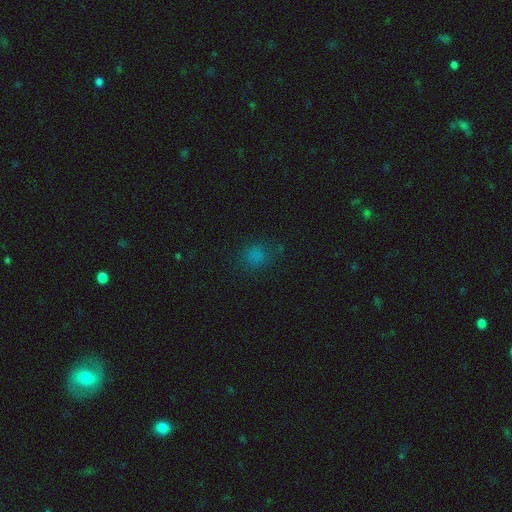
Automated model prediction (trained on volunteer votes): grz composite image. It shows a smooth galaxy with no disk features (75%) that is round (69%). Merging: none (75%).